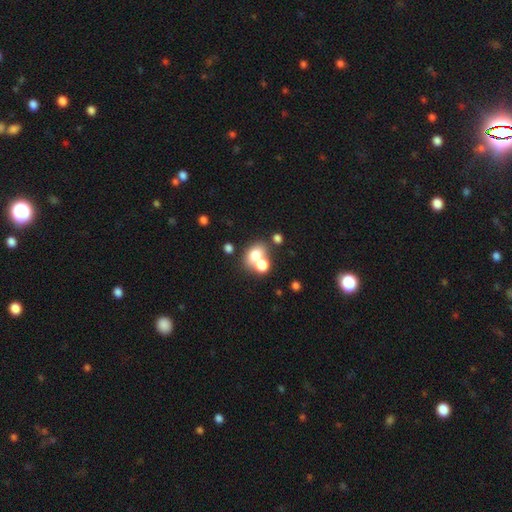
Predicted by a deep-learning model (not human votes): Smooth or featured?
  - smooth: 72% *
  - featured or disk: 16%
  - star or artifact: 13%
How rounded?
  - in between: 53% *
  - round: 45%
  - cigar-shaped: 1%
Merging?
  - merger: 50% *
  - none: 37%
  - minor disturbance: 9%
  - major disturbance: 5%